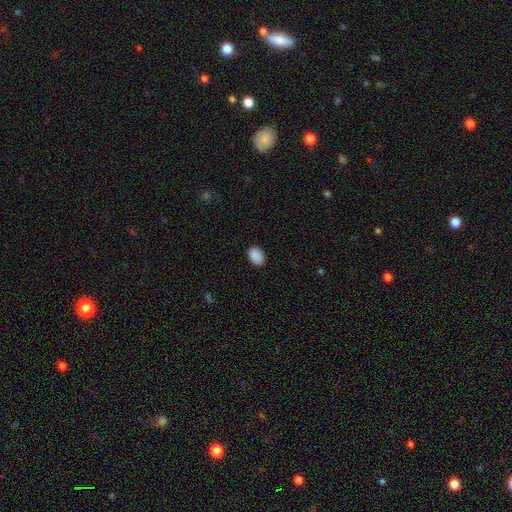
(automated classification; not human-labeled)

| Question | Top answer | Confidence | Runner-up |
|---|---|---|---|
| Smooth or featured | smooth | 90% | star or artifact (8%) |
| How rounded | in between | 78% | round (21%) |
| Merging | none | 88% | minor disturbance (9%) |